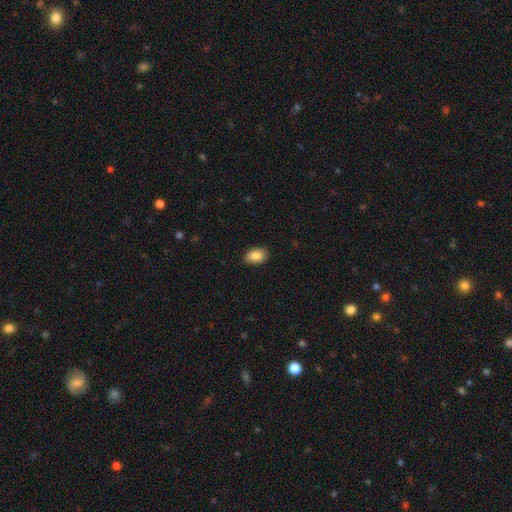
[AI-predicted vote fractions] Overall: smooth (87%). How rounded: in between (87%). Merging: none (88%).